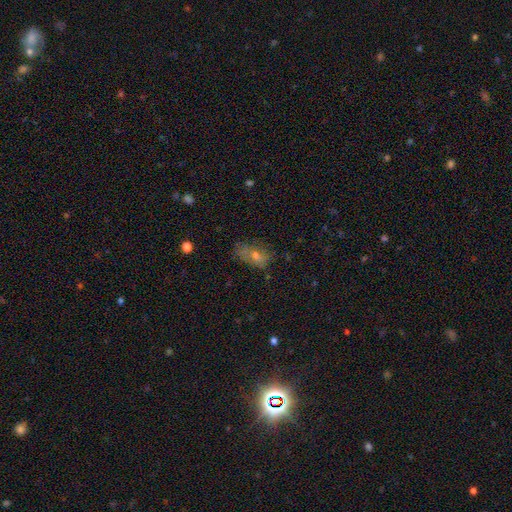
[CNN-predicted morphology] The model was most divided on "smooth or featured": smooth: 55%, featured or disk: 27%, star or artifact: 18%. More confident: how rounded — in between (82%); merging — none (56%).